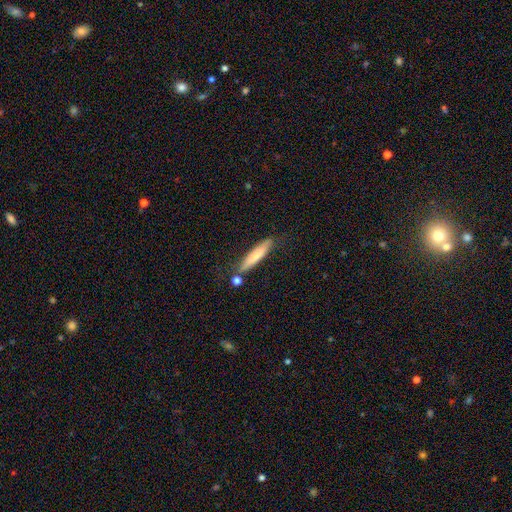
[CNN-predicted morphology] Smooth or featured: smooth — 70% (featured or disk — 23%)
How rounded: cigar-shaped — 88% (in between — 11%)
Merging: none — 68% (minor disturbance — 19%)